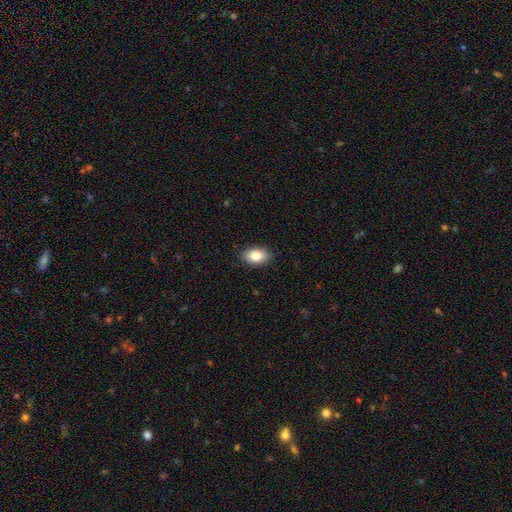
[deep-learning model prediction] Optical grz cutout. It shows a smooth galaxy with no disk features (85%) that is in between round and cigar-shaped (89%). Merging: none (88%).